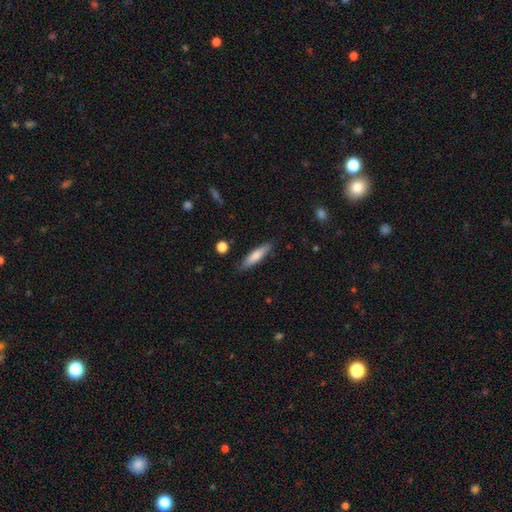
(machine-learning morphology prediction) smooth-or-featured: smooth: 73% | featured or disk: 21% | star or artifact: 6%
  how-rounded: cigar-shaped: 80% | in between: 19% | round: 1%
  merging: none: 84% | minor disturbance: 12% | major disturbance: 2% | merger: 2%